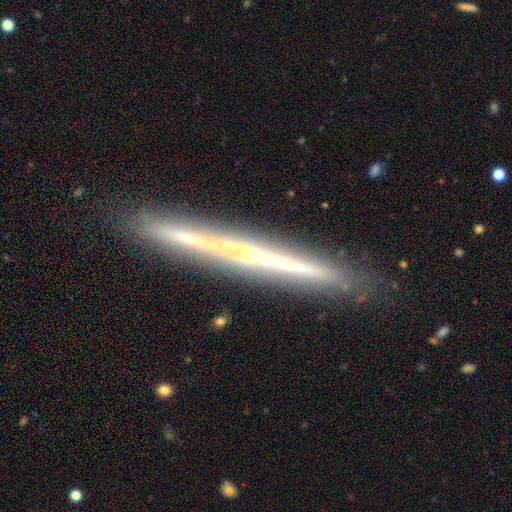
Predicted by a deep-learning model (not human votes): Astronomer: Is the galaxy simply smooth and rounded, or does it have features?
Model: featured or disk — 70%.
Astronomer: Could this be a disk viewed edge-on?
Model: yes — 97%.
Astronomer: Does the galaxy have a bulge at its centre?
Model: none — 89%.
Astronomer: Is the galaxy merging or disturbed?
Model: none — 89%.